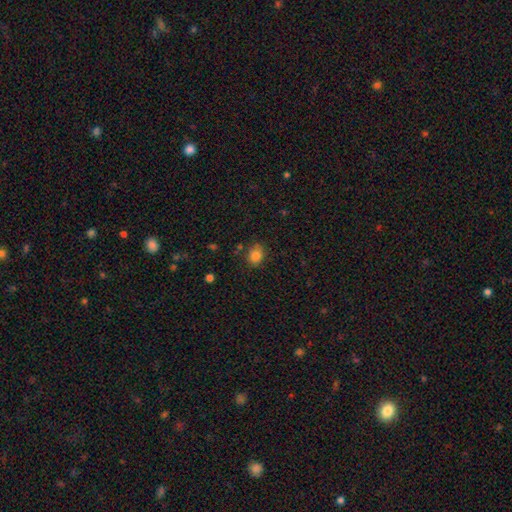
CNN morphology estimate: This appears to be a smooth galaxy with no disk features (83%) that is round (50%). Merging: none (78%).